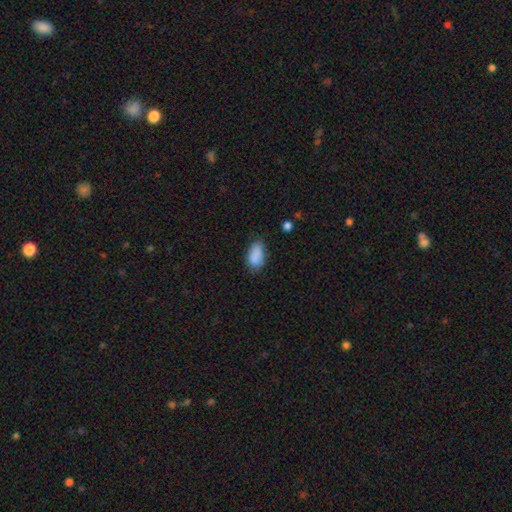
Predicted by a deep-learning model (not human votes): A smooth galaxy with no disk features (87%) that is in between round and cigar-shaped (92%). Merging: none (66%).